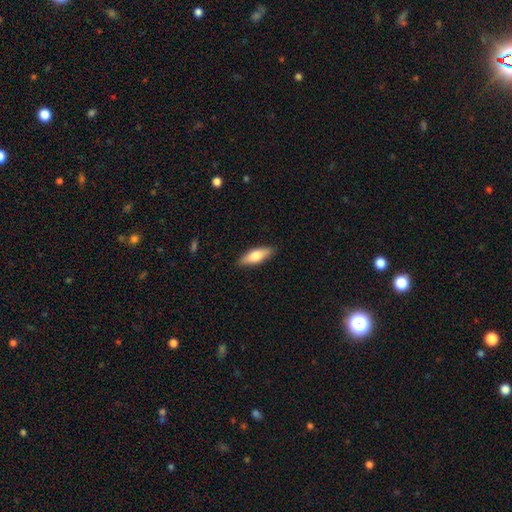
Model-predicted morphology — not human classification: This is likely a smooth galaxy (73%). How rounded: likely in between (64%). Merging: clearly none (87%).